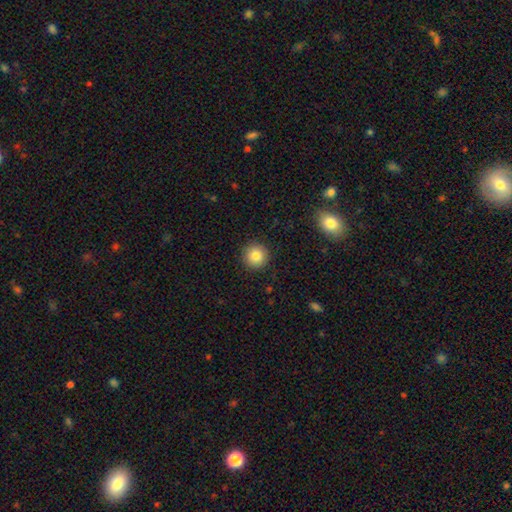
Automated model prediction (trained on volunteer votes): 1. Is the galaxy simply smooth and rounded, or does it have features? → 84% smooth, 10% star or artifact, 6% featured or disk.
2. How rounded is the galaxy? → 95% round, 4% in between, 1% cigar-shaped.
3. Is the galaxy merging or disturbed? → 91% none, 6% minor disturbance, 2% major disturbance, 1% merger.